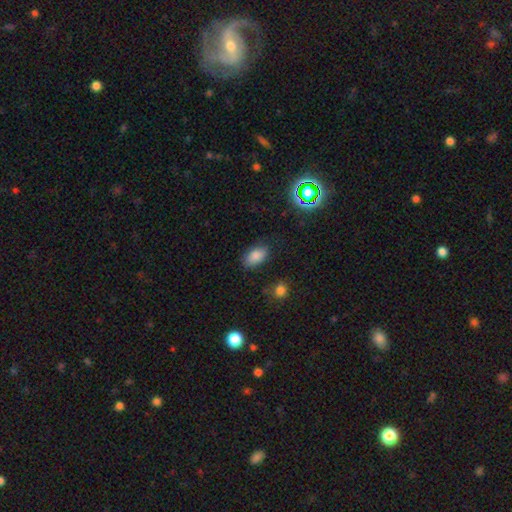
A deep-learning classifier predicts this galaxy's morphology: A smooth galaxy with no disk features (83%) that is in between round and cigar-shaped (92%). Merging: none (81%).